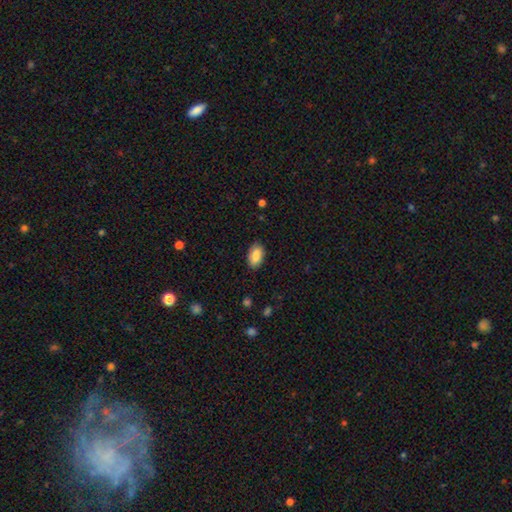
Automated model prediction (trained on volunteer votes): A smooth galaxy with no disk features (85%) that is in between round and cigar-shaped (93%).

Vote fractions:
- Smooth or featured? smooth: 85% / featured or disk: 8% / star or artifact: 7%
- How rounded? in between: 93% / round: 5% / cigar-shaped: 2%
- Merging? none: 86% / minor disturbance: 10% / major disturbance: 2% / merger: 1%